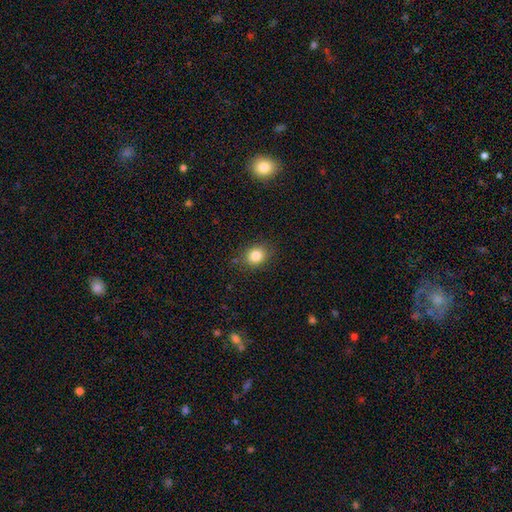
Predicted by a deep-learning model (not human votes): Overall: smooth (83%). How rounded: round (69%; in between 30%). Merging: none (85%).